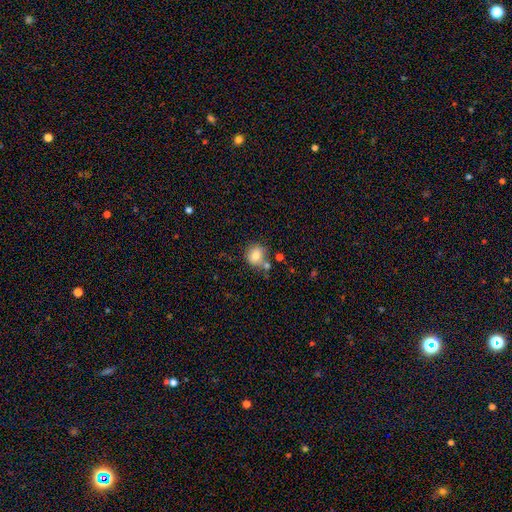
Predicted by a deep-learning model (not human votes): This appears to be a smooth galaxy with no disk features (78%) that is round (78%). Merging: none (60%).